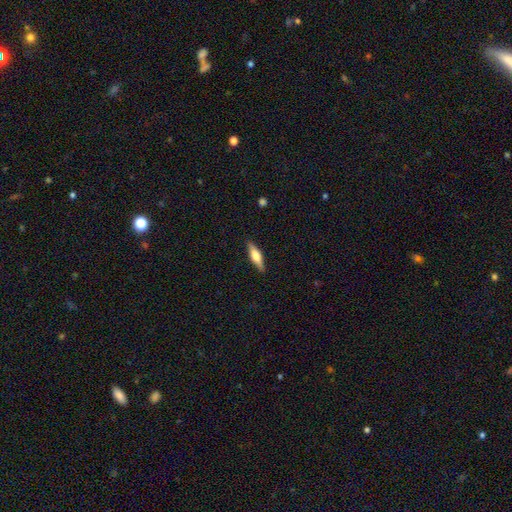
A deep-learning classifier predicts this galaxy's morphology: Overall: smooth (49%; featured or disk 46%). Merging: none (89%).